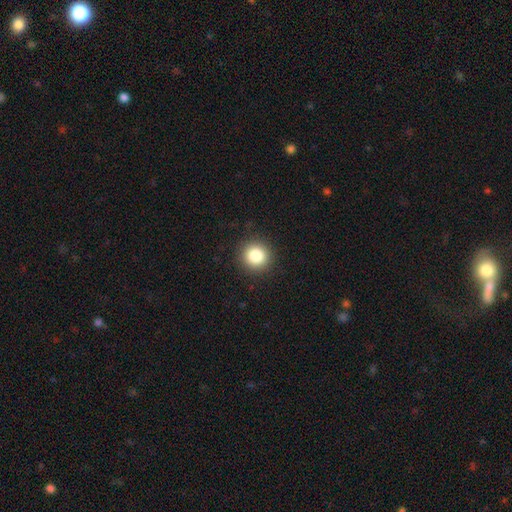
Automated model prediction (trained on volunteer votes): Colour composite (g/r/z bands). It shows a smooth galaxy with no disk features (84%) that is round (93%). Merging: none (91%).